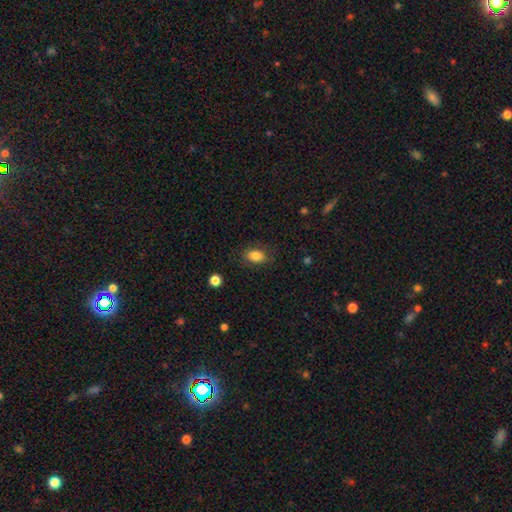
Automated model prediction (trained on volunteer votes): Q: Smooth or featured?
A: smooth (82%); runner-up: star or artifact (9%)
Q: How rounded?
A: in between (84%); runner-up: round (14%)
Q: Merging?
A: none (81%); runner-up: minor disturbance (13%)